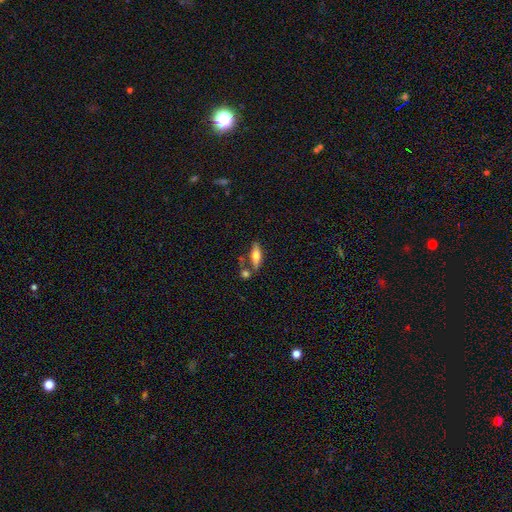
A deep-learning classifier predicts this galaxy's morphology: A smooth galaxy with no disk features (62%) that is in between round and cigar-shaped (57%). Merging: none (64%).